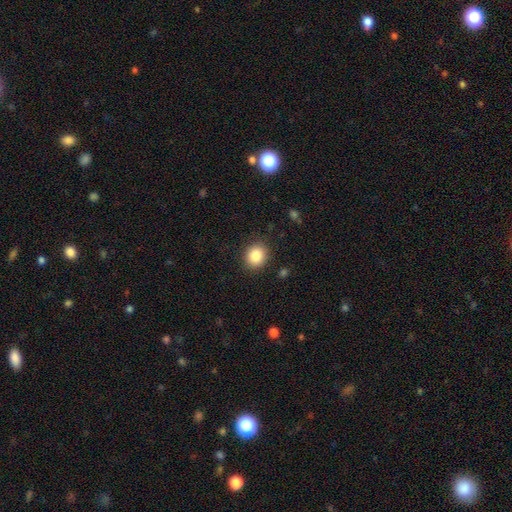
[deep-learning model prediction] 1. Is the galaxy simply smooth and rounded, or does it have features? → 86% smooth, 9% star or artifact, 5% featured or disk.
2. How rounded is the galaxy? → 76% round, 24% in between, 1% cigar-shaped.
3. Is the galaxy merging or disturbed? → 89% none, 8% minor disturbance, 3% major disturbance, 1% merger.